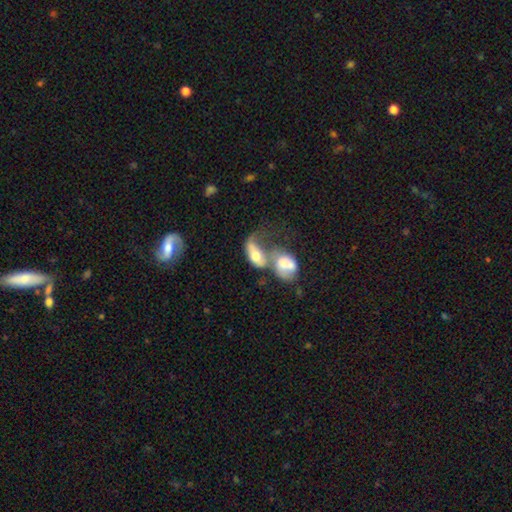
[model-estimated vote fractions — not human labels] Overall: smooth (56%; featured or disk 36%). How rounded: in between (84%). Merging: merger (72%).